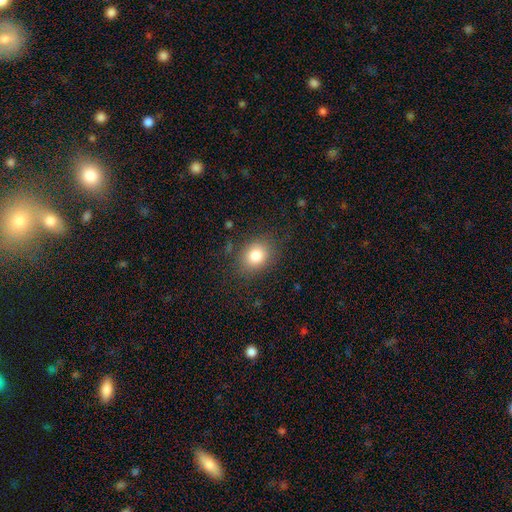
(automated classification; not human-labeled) smooth-or-featured: smooth: 82% | star or artifact: 10% | featured or disk: 8%
  how-rounded: round: 50% | in between: 49% | cigar-shaped: 1%
  merging: none: 82% | minor disturbance: 12% | major disturbance: 4% | merger: 1%